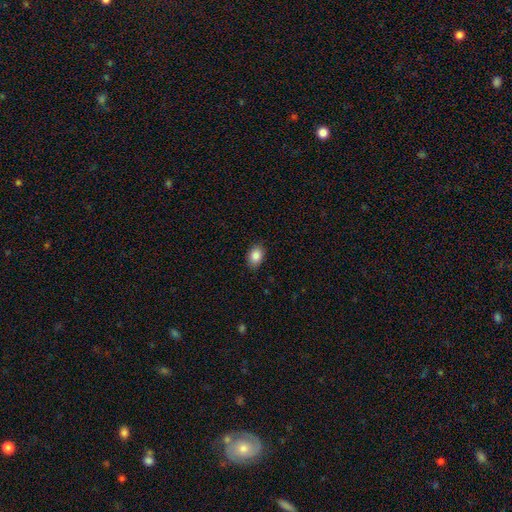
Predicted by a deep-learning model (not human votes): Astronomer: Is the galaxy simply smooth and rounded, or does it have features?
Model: smooth — 87%.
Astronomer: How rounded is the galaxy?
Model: in between — 80%.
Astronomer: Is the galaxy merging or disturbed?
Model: none — 86%.